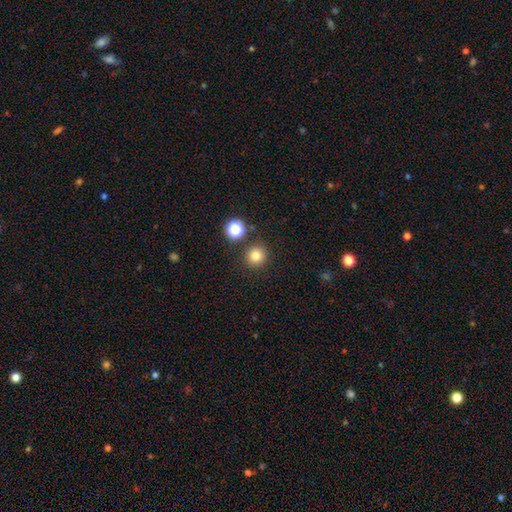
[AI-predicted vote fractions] Smooth or featured? smooth (80%)
How rounded? round (94%)
Merging? none (87%)